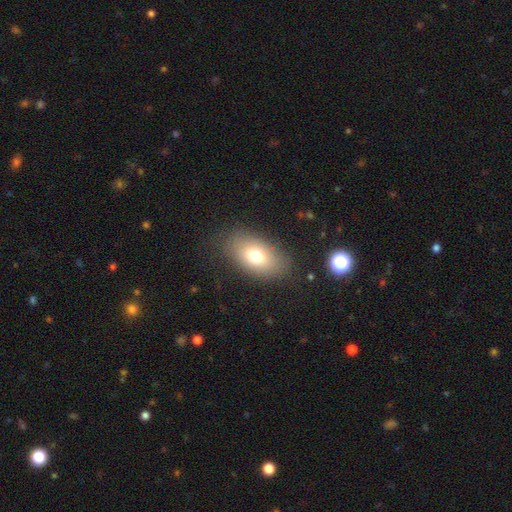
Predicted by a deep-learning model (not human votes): Smooth or featured? Predicted: smooth (p=0.73). How rounded? Predicted: in between (p=0.89). Merging? Predicted: none (p=0.81).